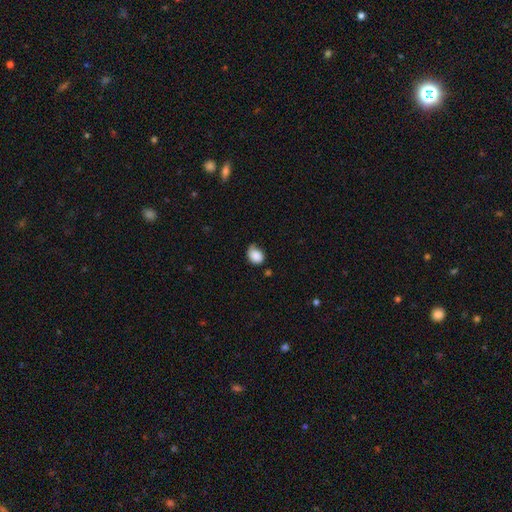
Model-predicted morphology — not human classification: A smooth galaxy with no disk features (85%) that is in between round and cigar-shaped (59%). Merging: none (44%).